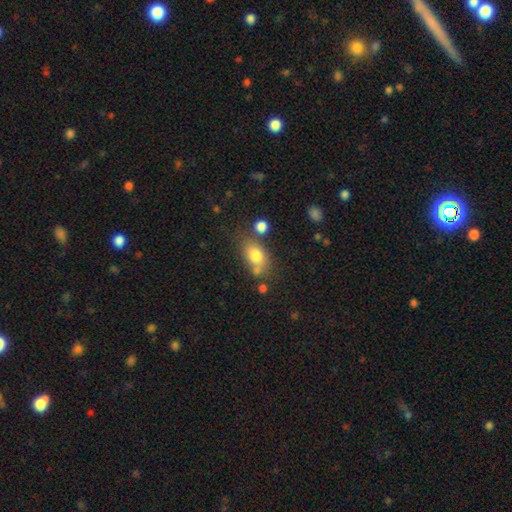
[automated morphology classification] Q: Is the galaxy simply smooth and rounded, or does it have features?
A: smooth — 78%.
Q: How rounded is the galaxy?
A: in between — 78%.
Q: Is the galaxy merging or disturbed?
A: none — 58%.